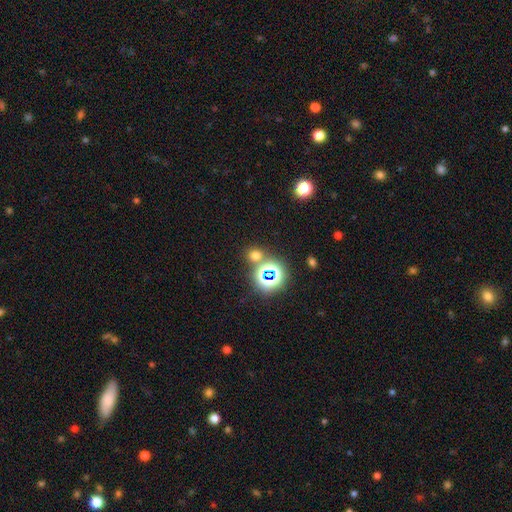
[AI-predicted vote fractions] smooth 58%, star or artifact 35%, featured or disk 7%. Down the decision tree: how rounded — round (83%); merging — none (74%).